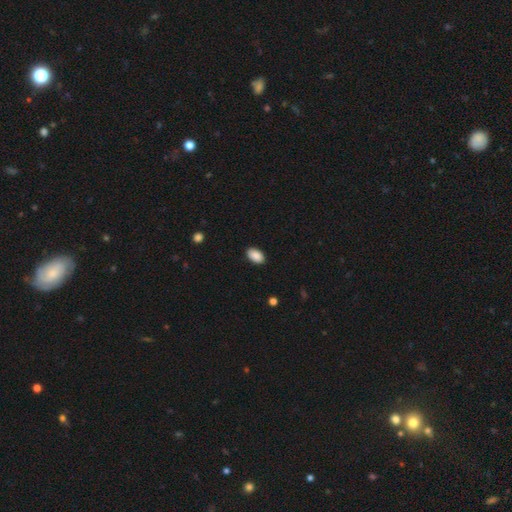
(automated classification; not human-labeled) Smooth or featured?
  - smooth: 89% *
  - star or artifact: 7%
  - featured or disk: 4%
How rounded?
  - in between: 93% *
  - round: 6%
  - cigar-shaped: 1%
Merging?
  - none: 89% *
  - minor disturbance: 9%
  - major disturbance: 2%
  - merger: 1%